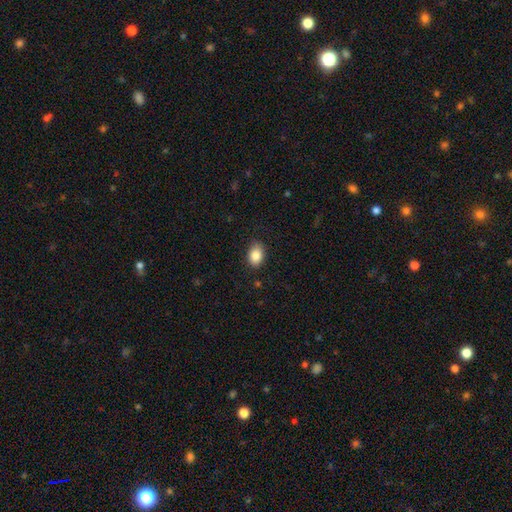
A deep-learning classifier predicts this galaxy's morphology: smooth 86%, star or artifact 8%, featured or disk 6%. Down the decision tree: how rounded — in between (78%); merging — none (83%).